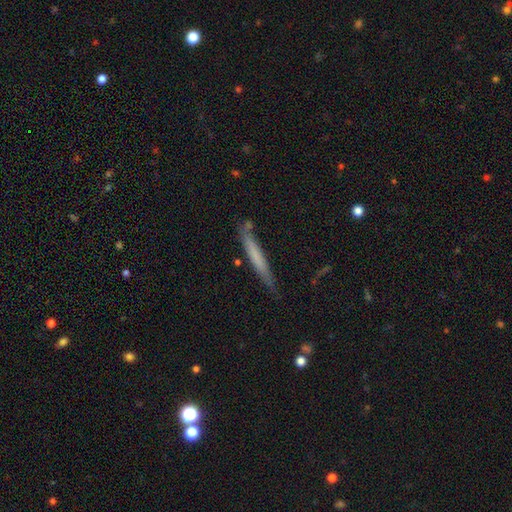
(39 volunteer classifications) Overall: smooth (56%; featured or disk 38%). How rounded: cigar-shaped (95%). Merging: none (57%; minor disturbance 27%).